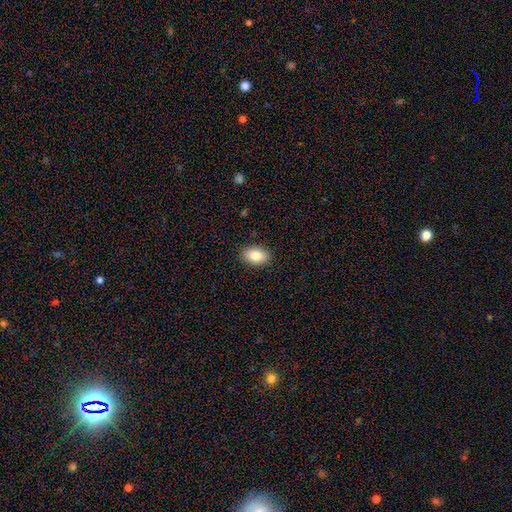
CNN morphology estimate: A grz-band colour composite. It shows a smooth galaxy with no disk features (84%) that is in between round and cigar-shaped (90%). Merging: none (89%).